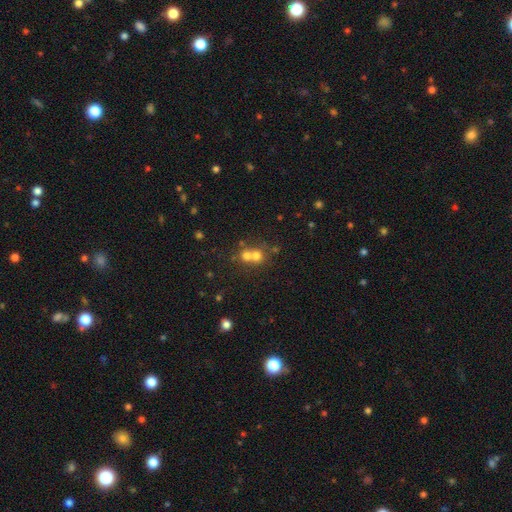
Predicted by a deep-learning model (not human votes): smooth_or_featured: smooth (p=0.67) [alt: featured or disk p=0.17]
how_rounded: round (p=0.83) [alt: in between p=0.16]
merging: merger (p=0.60) [alt: none p=0.33]